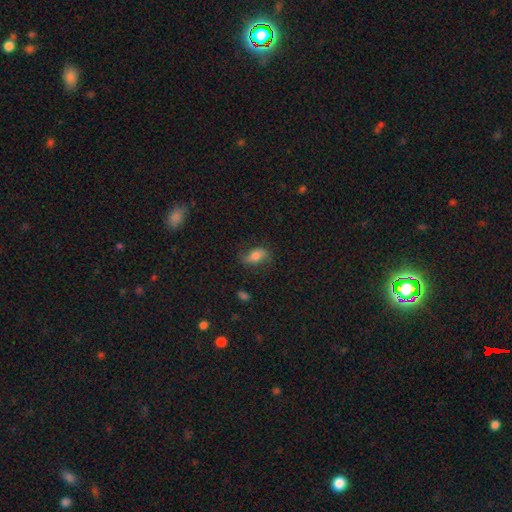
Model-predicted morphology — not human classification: smooth 52%, featured or disk 38%, star or artifact 10%. Down the decision tree: how rounded — in between (82%); merging — none (68%).